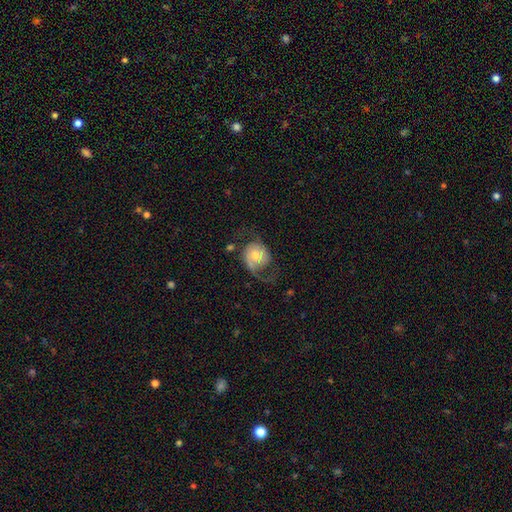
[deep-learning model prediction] Smooth or featured? featured or disk (74%)
Edge-on disk? no (97%)
Bar? no (67%)
Spiral arms? yes (93%)
Spiral winding? loose (50%)
Spiral arm count? 2 (78%)
Bulge size? moderate (51%)
Merging? none (53%)